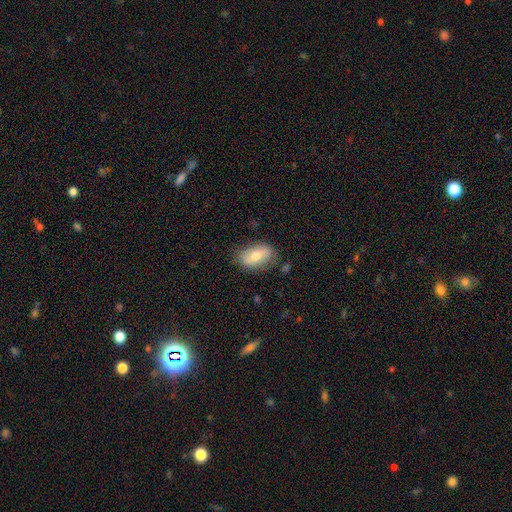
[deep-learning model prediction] Smooth or featured: smooth — 66% (featured or disk — 27%)
How rounded: in between — 91% (round — 7%)
Merging: none — 78% (minor disturbance — 16%)